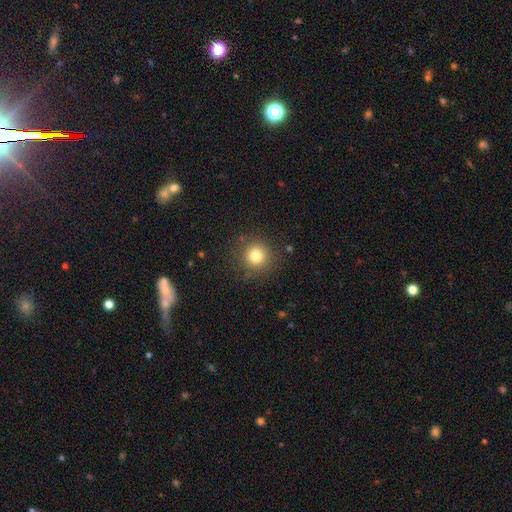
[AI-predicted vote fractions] The model was most divided on "smooth or featured": smooth: 79%, star or artifact: 13%, featured or disk: 8%. More confident: how rounded — round (94%); merging — none (87%).